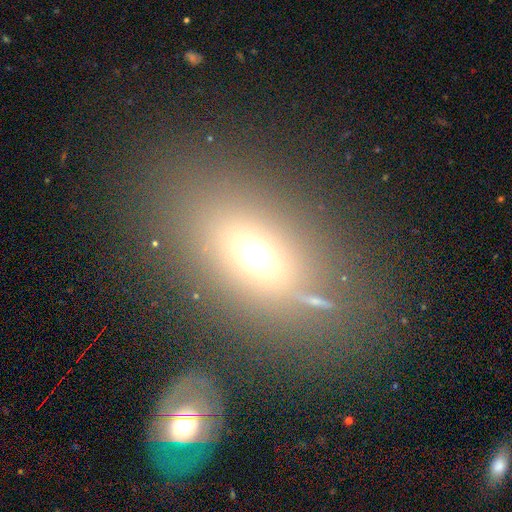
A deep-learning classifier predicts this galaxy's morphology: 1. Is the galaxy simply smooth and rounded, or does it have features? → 60% smooth, 22% star or artifact, 18% featured or disk.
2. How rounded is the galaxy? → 73% in between, 23% round, 4% cigar-shaped.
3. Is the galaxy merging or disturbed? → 70% none, 12% minor disturbance, 11% merger, 7% major disturbance.